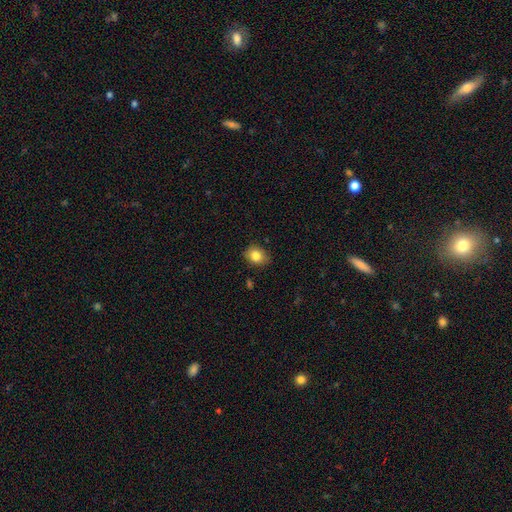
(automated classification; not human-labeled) The model was most divided on "how rounded": in between: 52%, round: 47%, cigar-shaped: 1%. More confident: smooth or featured — smooth (83%); merging — none (82%).